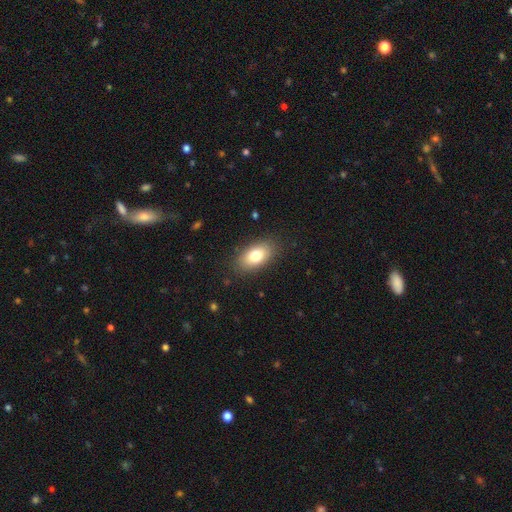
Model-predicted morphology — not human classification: Smooth or featured: smooth — 78% (featured or disk — 14%)
How rounded: in between — 91% (round — 6%)
Merging: none — 86% (minor disturbance — 10%)